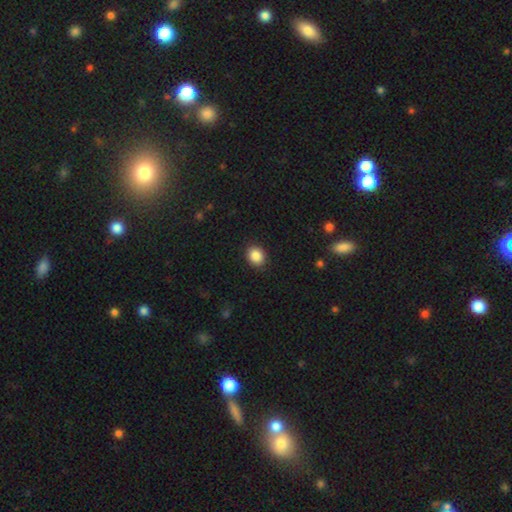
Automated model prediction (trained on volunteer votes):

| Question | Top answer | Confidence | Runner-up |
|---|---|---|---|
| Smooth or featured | smooth | 88% | star or artifact (9%) |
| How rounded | round | 60% | in between (39%) |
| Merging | none | 89% | minor disturbance (8%) |